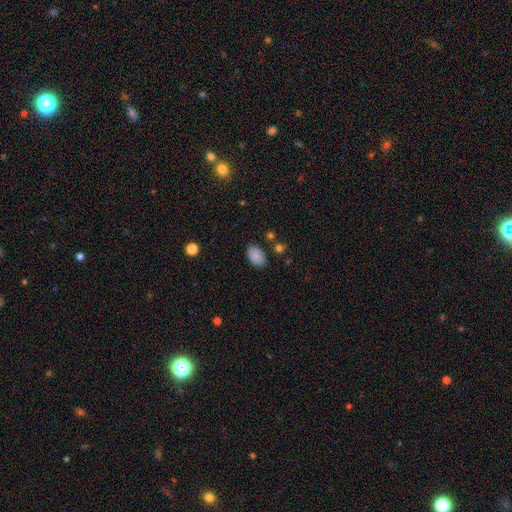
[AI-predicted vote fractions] This appears to be a smooth galaxy with no disk features (87%) that is in between round and cigar-shaped (89%). Merging: none (83%).